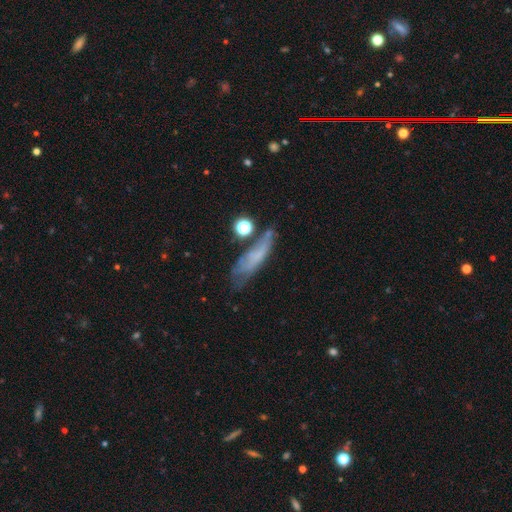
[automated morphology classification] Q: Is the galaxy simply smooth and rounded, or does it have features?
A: smooth — 51%.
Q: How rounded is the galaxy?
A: cigar-shaped — 62%.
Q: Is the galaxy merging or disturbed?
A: none — 48%.